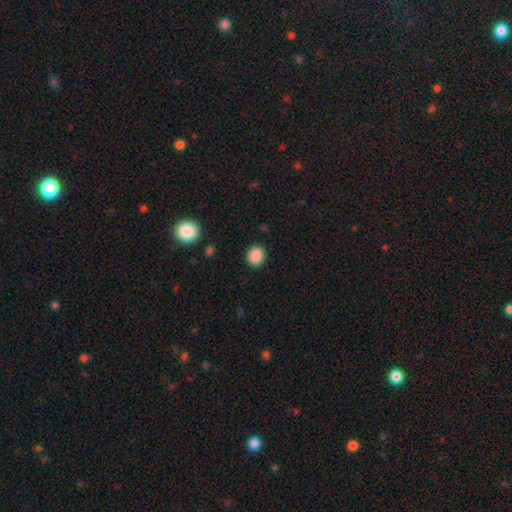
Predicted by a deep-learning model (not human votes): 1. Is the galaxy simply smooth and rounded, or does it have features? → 88% smooth, 8% star or artifact, 3% featured or disk.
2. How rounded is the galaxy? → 68% round, 31% in between, 1% cigar-shaped.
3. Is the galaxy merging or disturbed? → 90% none, 7% minor disturbance, 2% major disturbance, 1% merger.